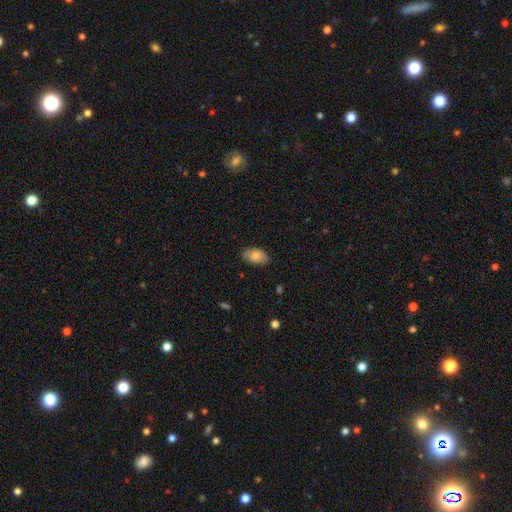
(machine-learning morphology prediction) This is clearly a smooth galaxy (81%). How rounded: clearly in between (92%). Merging: clearly none (80%).